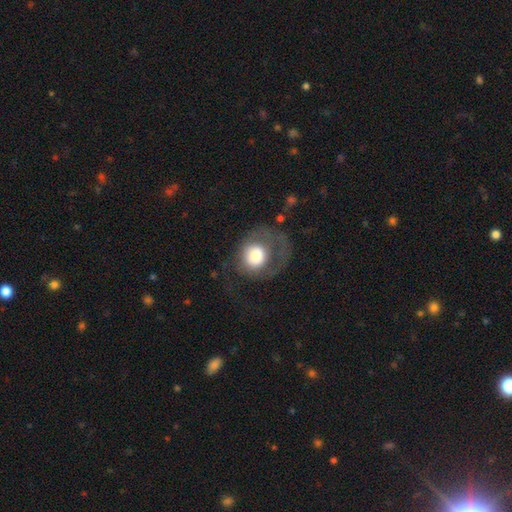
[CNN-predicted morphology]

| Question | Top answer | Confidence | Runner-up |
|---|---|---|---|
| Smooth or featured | smooth | 60% | featured or disk (32%) |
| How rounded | round | 71% | in between (28%) |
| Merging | major disturbance | 50% | none (29%) |